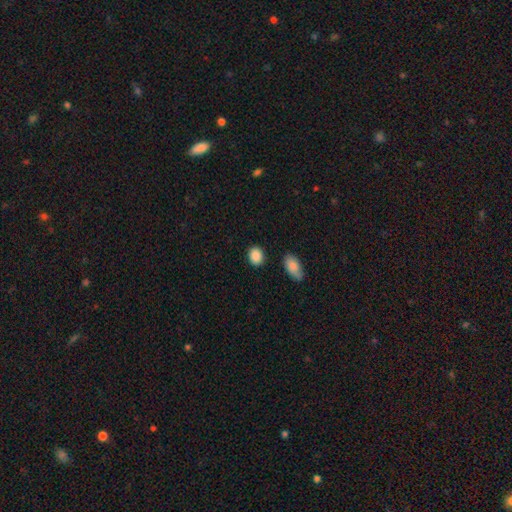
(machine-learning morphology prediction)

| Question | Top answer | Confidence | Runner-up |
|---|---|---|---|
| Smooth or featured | smooth | 90% | star or artifact (7%) |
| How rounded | in between | 51% | round (48%) |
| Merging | none | 85% | minor disturbance (10%) |